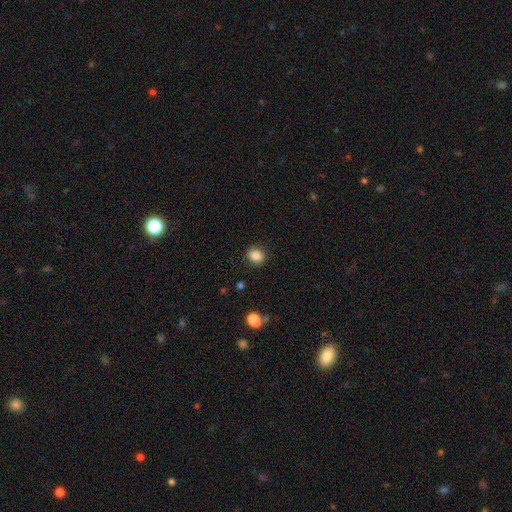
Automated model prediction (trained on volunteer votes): Smooth or featured? Predicted: smooth (p=0.86). How rounded? Predicted: round (p=0.57). Merging? Predicted: none (p=0.88).